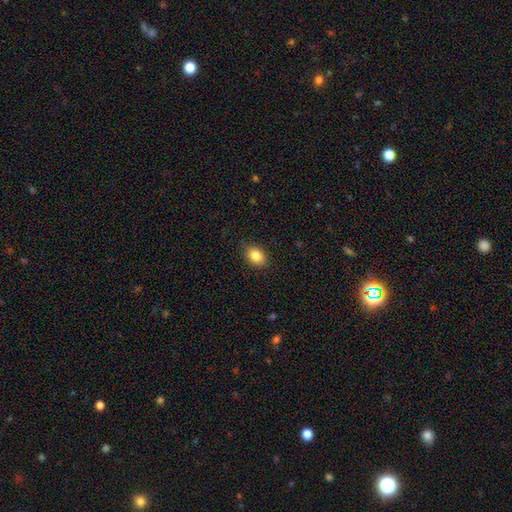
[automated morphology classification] Smooth or featured: smooth — 85% (star or artifact — 9%)
How rounded: in between — 70% (round — 29%)
Merging: none — 86% (minor disturbance — 11%)